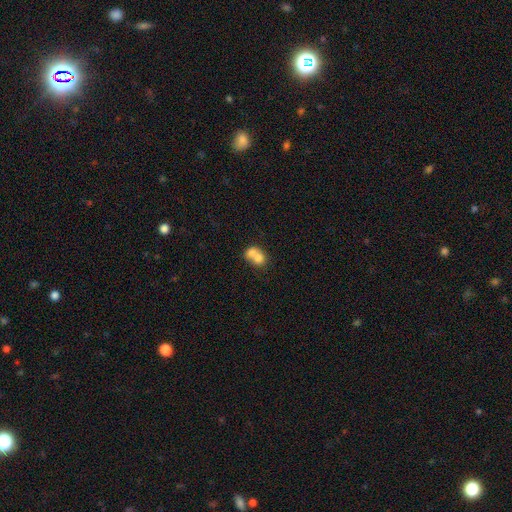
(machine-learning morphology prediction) smooth 71%, featured or disk 21%, star or artifact 9%. Down the decision tree: how rounded — round (61%); merging — merger (72%).